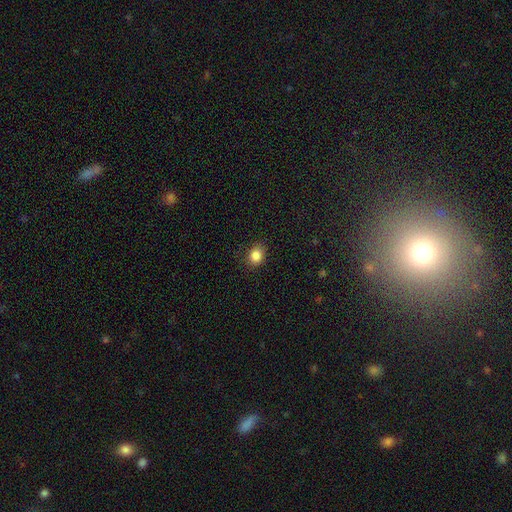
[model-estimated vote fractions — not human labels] This is clearly a smooth galaxy (85%). How rounded: possibly round (57%). Merging: clearly none (85%).